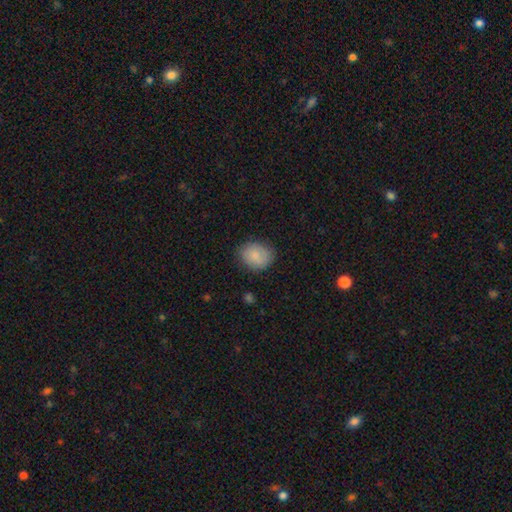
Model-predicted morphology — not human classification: Smooth or featured?
  - smooth: 82% *
  - featured or disk: 10%
  - star or artifact: 7%
How rounded?
  - in between: 51% *
  - round: 48%
  - cigar-shaped: 1%
Merging?
  - none: 79% *
  - minor disturbance: 15%
  - major disturbance: 4%
  - merger: 1%